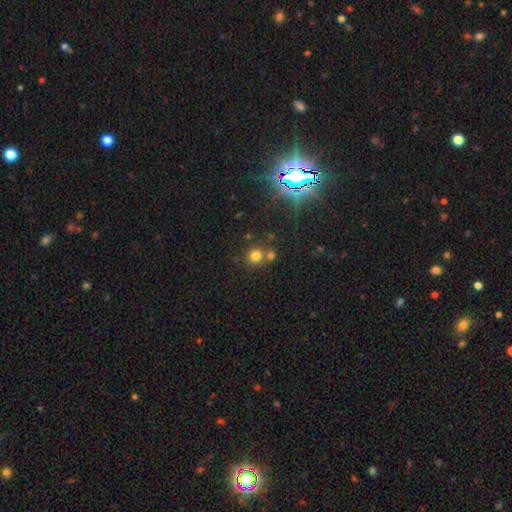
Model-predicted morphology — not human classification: Smooth or featured: smooth — 71% (star or artifact — 21%)
How rounded: round — 91% (in between — 8%)
Merging: none — 63% (merger — 27%)